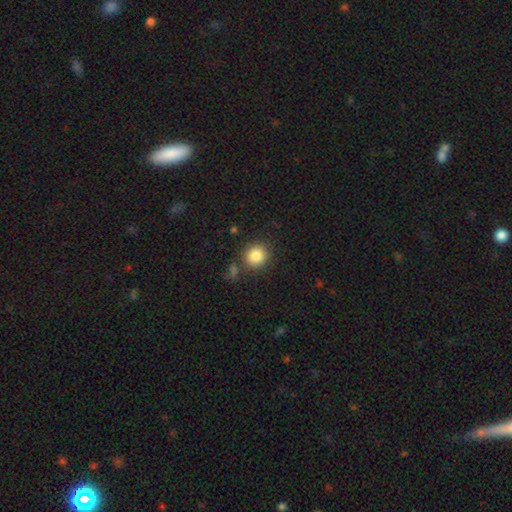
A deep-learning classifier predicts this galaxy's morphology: Smooth or featured?
  - smooth: 86% *
  - star or artifact: 9%
  - featured or disk: 5%
How rounded?
  - round: 88% *
  - in between: 11%
  - cigar-shaped: 1%
Merging?
  - none: 81% *
  - minor disturbance: 9%
  - merger: 7%
  - major disturbance: 3%